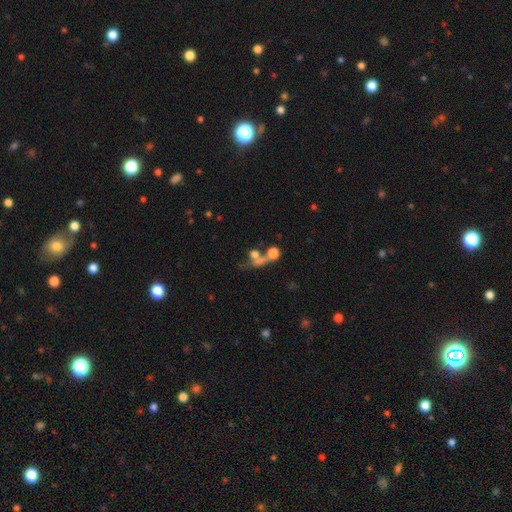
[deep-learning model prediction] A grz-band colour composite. It shows a smooth galaxy with no disk features (54%) that is round (60%). Merging: merger (44%).